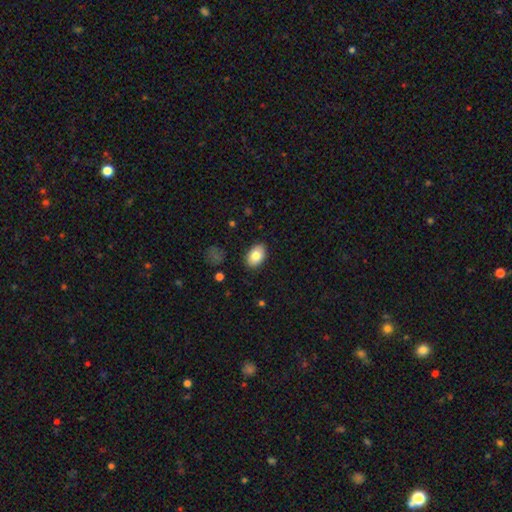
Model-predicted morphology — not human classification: type=smooth (83%); roundness=in between (89%); merging=none (88%).